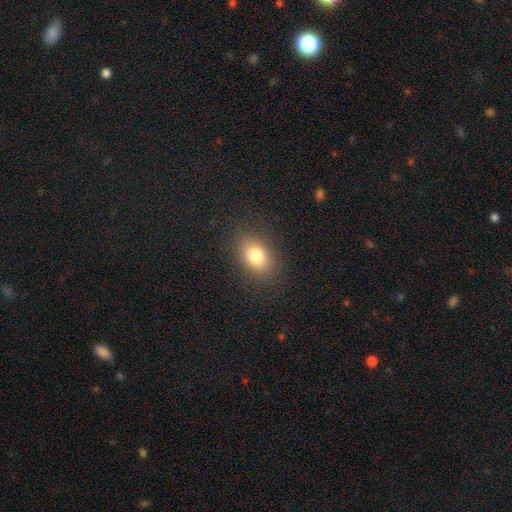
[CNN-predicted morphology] A smooth galaxy with no disk features (80%) that is in between round and cigar-shaped (77%).

Vote fractions:
- Smooth or featured? smooth: 80% / star or artifact: 11% / featured or disk: 10%
- How rounded? in between: 77% / round: 22% / cigar-shaped: 1%
- Merging? none: 85% / minor disturbance: 10% / major disturbance: 4% / merger: 1%